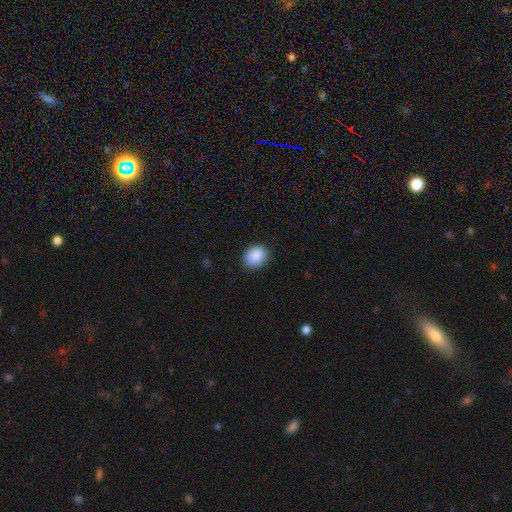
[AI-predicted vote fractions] Smooth or featured? Predicted: smooth (p=0.89). How rounded? Predicted: round (p=0.58). Merging? Predicted: none (p=0.86).